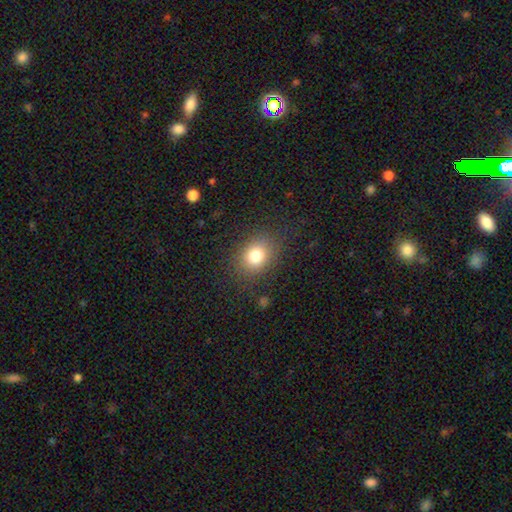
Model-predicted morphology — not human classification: Smooth or featured? smooth (79%)
How rounded? in between (50%)
Merging? none (83%)